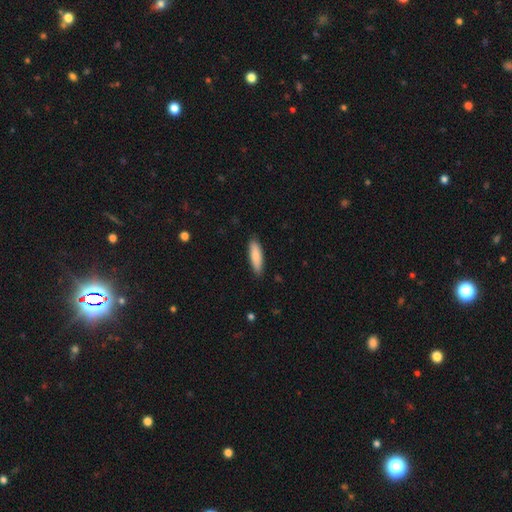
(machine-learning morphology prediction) This is clearly a smooth galaxy (87%). How rounded: possibly cigar-shaped (56%). Merging: clearly none (86%).